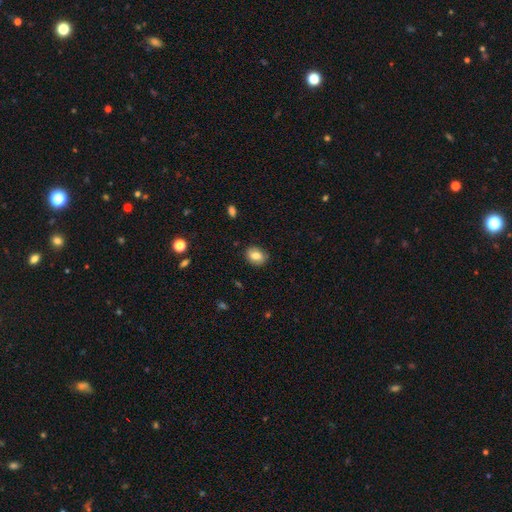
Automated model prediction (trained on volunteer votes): Morphology: type=smooth (78%); roundness=in between (55%); merging=none (85%).